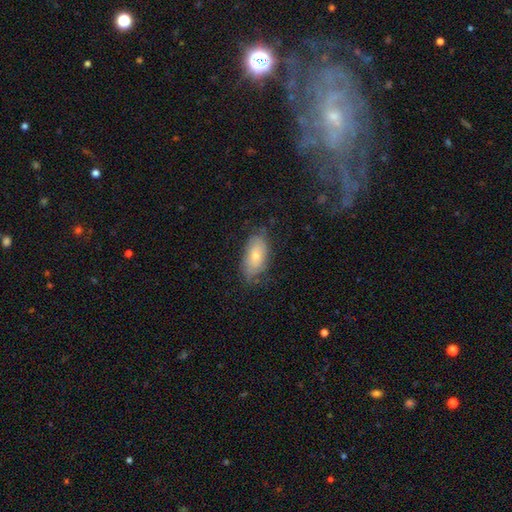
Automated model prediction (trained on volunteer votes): This is likely a smooth galaxy (61%). How rounded: clearly in between (91%). Merging: likely none (65%).